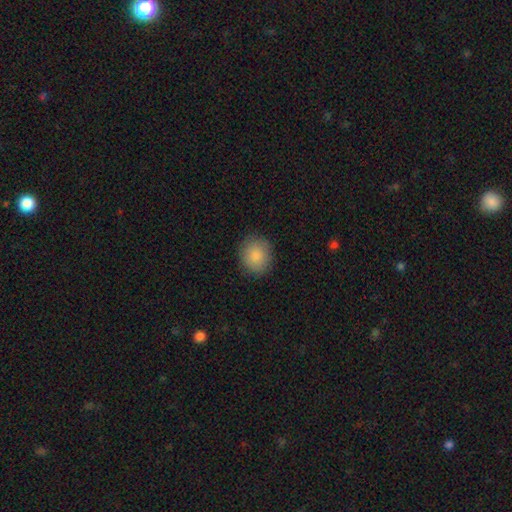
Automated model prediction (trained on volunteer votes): Smooth or featured? Predicted: smooth (p=0.86). How rounded? Predicted: round (p=0.80). Merging? Predicted: none (p=0.87).